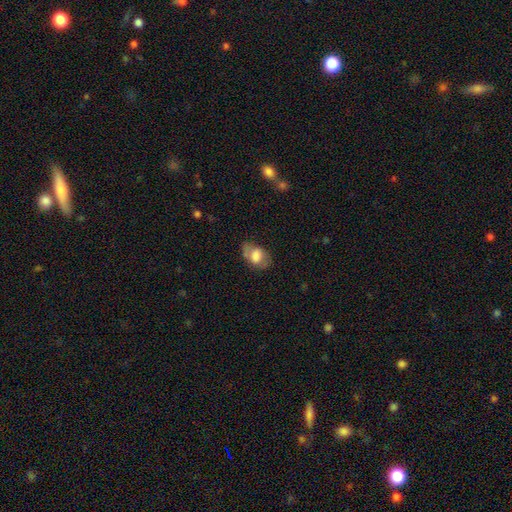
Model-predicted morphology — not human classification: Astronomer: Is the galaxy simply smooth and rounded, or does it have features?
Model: smooth — 64%.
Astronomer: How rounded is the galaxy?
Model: in between — 82%.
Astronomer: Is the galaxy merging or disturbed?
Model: none — 50% (runner-up: minor disturbance, 29%).